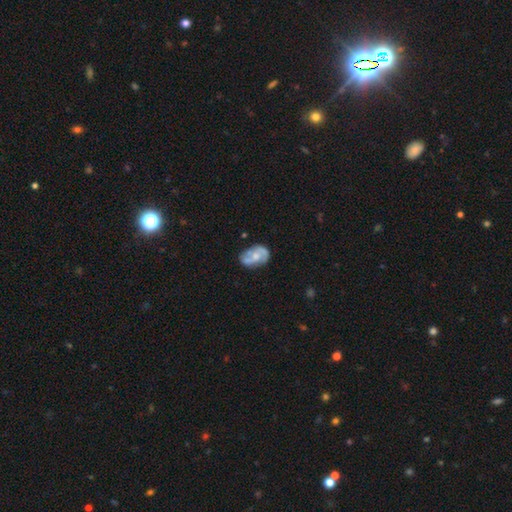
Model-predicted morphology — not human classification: featured or disk 63%, smooth 31%, star or artifact 6%. Down the decision tree: edge-on disk — no (97%); bar — no (66%); spiral arms — yes (76%); bulge size — moderate (50%); merging — none (58%).